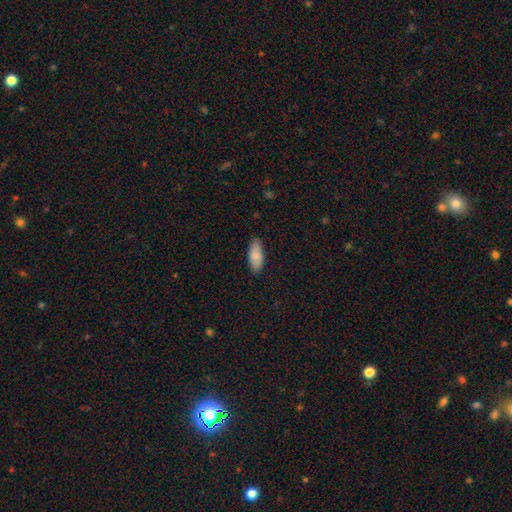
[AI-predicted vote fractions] smooth_or_featured: smooth (p=0.87) [alt: featured or disk p=0.07]
how_rounded: in between (p=0.83) [alt: cigar-shaped p=0.16]
merging: none (p=0.85) [alt: minor disturbance p=0.12]